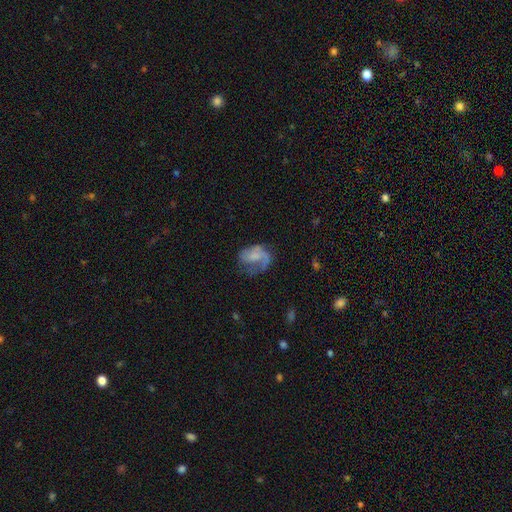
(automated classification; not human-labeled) This appears to be a featured or disk galaxy (60%) with no bar (64%), spiral arms (82%) and no central bulge (44%). Merging: none (39%).